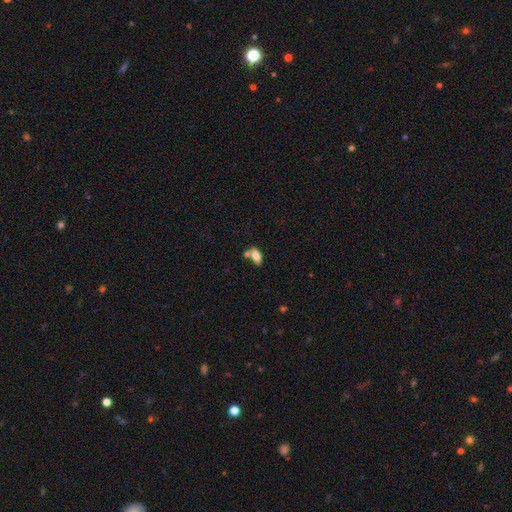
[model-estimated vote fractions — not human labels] smooth 79%, featured or disk 13%, star or artifact 8%. Down the decision tree: how rounded — in between (91%); merging — none (53%).